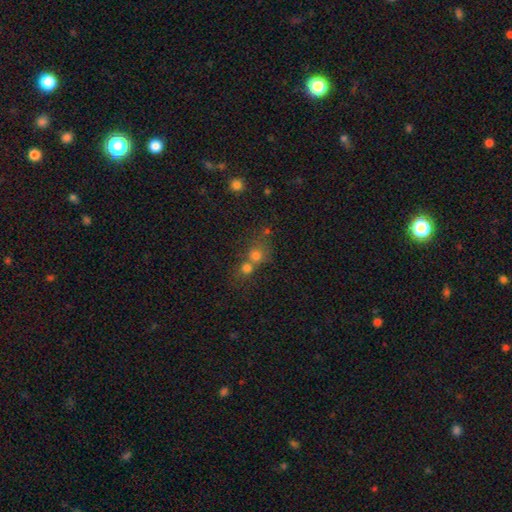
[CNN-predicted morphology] smooth 68%, star or artifact 19%, featured or disk 13%. Down the decision tree: how rounded — round (81%); merging — merger (56%).